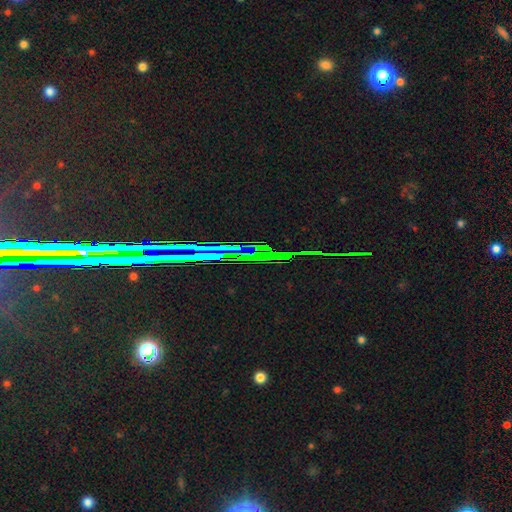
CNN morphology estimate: This appears to be a star or artifact, not a galaxy (80%).